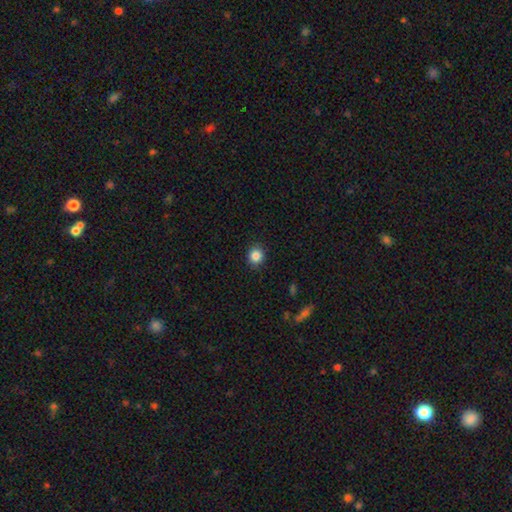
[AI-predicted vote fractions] Smooth or featured? smooth (85%)
How rounded? round (84%)
Merging? none (90%)